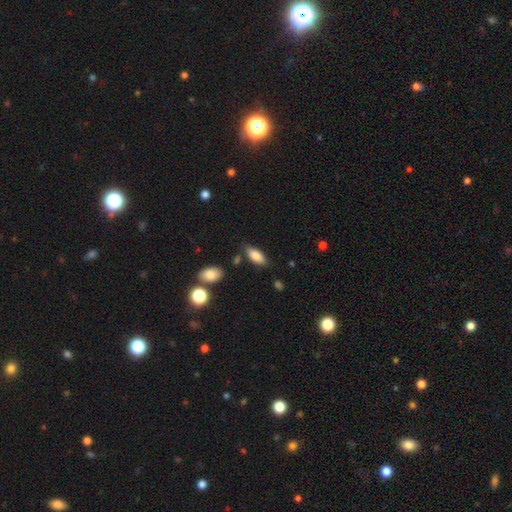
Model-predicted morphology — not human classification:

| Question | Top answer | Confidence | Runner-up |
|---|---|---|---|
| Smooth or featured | smooth | 83% | featured or disk (10%) |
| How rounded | in between | 83% | cigar-shaped (15%) |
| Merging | none | 78% | minor disturbance (15%) |